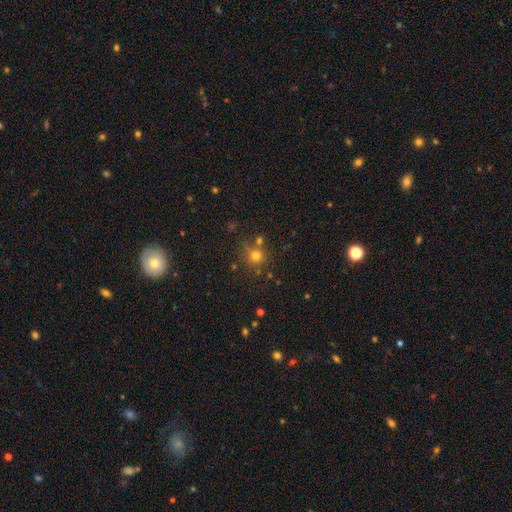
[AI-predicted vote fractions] Smooth or featured: smooth — 73% (star or artifact — 18%)
How rounded: round — 91% (in between — 8%)
Merging: none — 69% (merger — 14%)